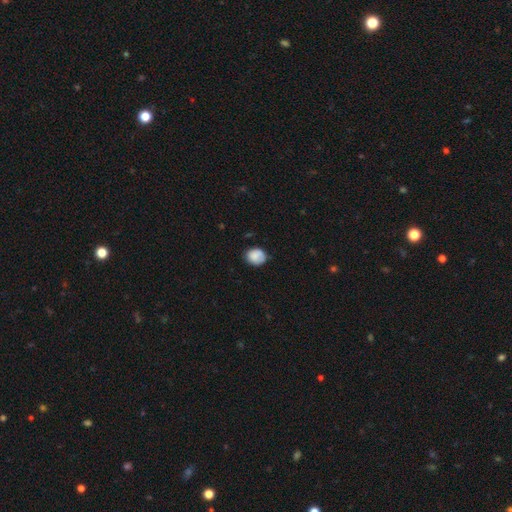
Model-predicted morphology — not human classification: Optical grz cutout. It shows a smooth galaxy with no disk features (82%) that is round (61%). Merging: none (68%).